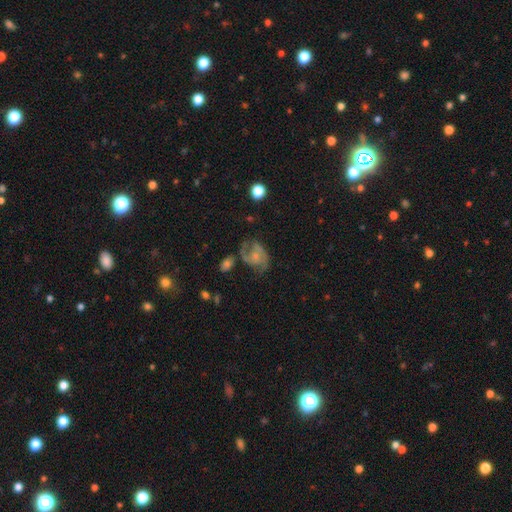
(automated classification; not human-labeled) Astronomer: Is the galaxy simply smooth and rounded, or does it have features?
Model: featured or disk — 73%.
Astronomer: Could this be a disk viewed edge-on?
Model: no — 98%.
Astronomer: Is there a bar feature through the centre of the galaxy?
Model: no — 65%.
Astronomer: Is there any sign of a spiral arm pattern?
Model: yes — 88%.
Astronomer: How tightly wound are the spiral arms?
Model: medium — 50% (runner-up: loose, 28%).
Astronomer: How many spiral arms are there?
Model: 2 — 78%.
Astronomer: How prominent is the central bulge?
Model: small — 44% (runner-up: moderate, 27%).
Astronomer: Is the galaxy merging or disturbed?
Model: none — 44% (runner-up: minor disturbance, 23%).